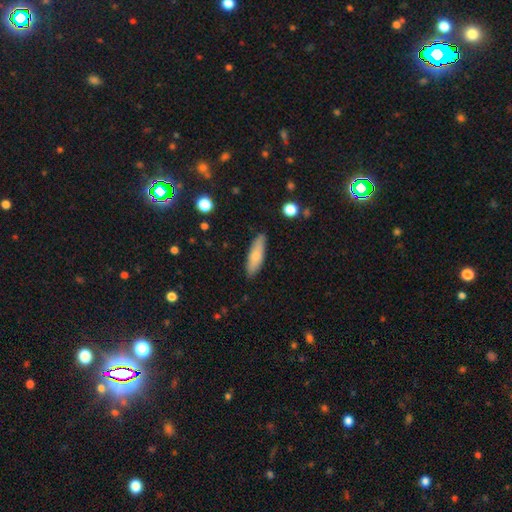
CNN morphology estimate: type=smooth (71%); roundness=cigar-shaped (58%); merging=none (85%).